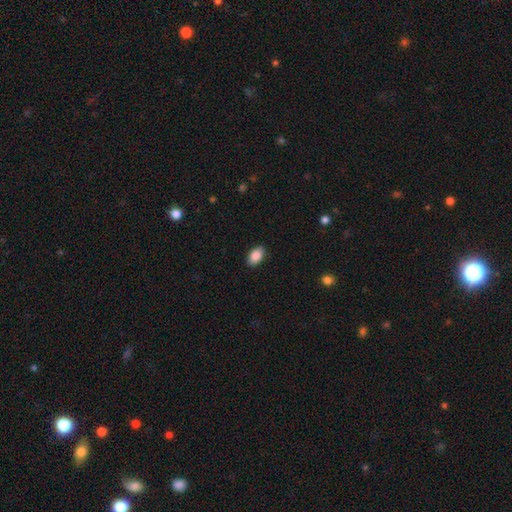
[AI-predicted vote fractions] Q: Smooth or featured?
A: smooth (85%); runner-up: featured or disk (8%)
Q: How rounded?
A: in between (92%); runner-up: round (6%)
Q: Merging?
A: none (89%); runner-up: minor disturbance (8%)